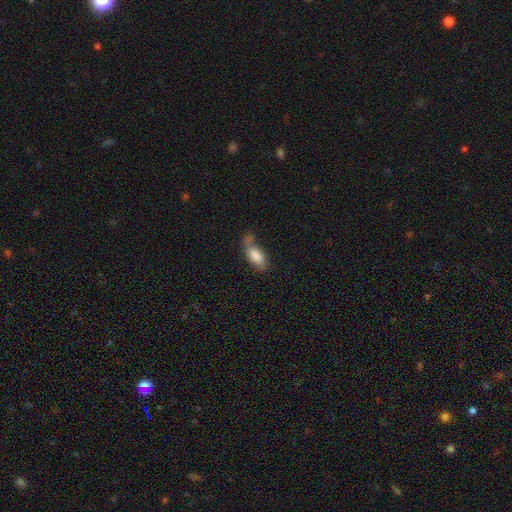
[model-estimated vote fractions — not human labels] Smooth or featured?
  - smooth: 82% *
  - featured or disk: 11%
  - star or artifact: 7%
How rounded?
  - in between: 86% *
  - cigar-shaped: 10%
  - round: 4%
Merging?
  - none: 36% *
  - minor disturbance: 26%
  - merger: 19%
  - major disturbance: 19%